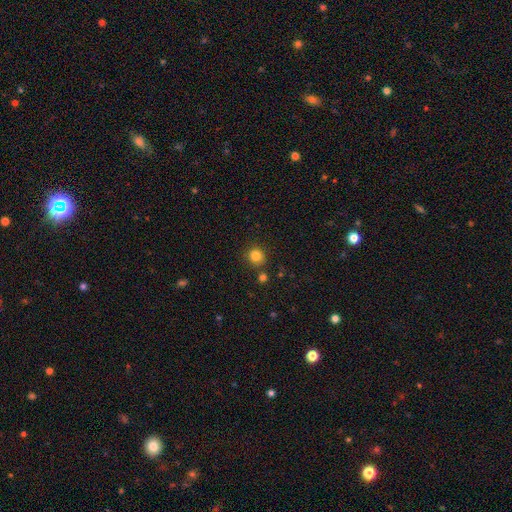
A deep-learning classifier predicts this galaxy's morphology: smooth_or_featured: smooth (p=0.83) [alt: star or artifact p=0.12]
how_rounded: round (p=0.91) [alt: in between p=0.08]
merging: none (p=0.84) [alt: minor disturbance p=0.08]